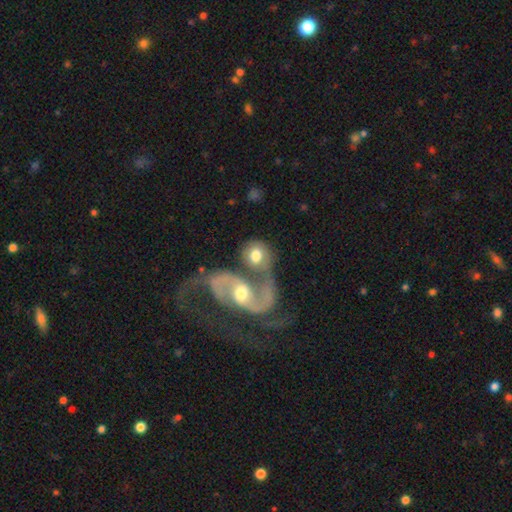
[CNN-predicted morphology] Q: Smooth or featured?
A: featured or disk (53%); runner-up: smooth (41%)
Q: Edge-on disk?
A: no (95%); runner-up: yes (5%)
Q: Bar?
A: no (46%); runner-up: weak (40%)
Q: Spiral arms?
A: yes (83%); runner-up: no (17%)
Q: Bulge size?
A: moderate (65%); runner-up: large (16%)
Q: Merging?
A: merger (62%); runner-up: none (21%)